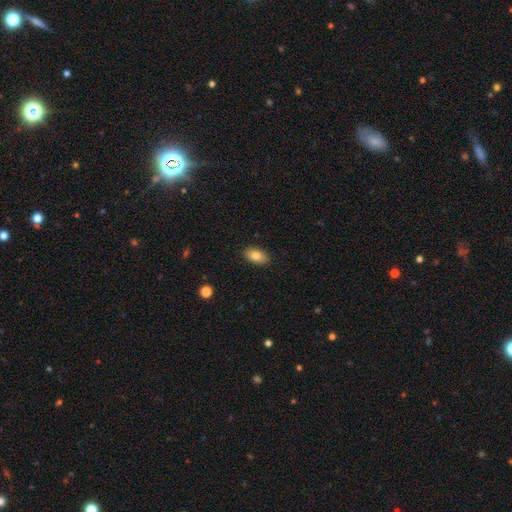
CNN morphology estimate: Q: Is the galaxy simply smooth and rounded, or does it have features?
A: smooth — 82%.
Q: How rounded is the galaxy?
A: in between — 92%.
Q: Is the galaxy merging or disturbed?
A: none — 89%.